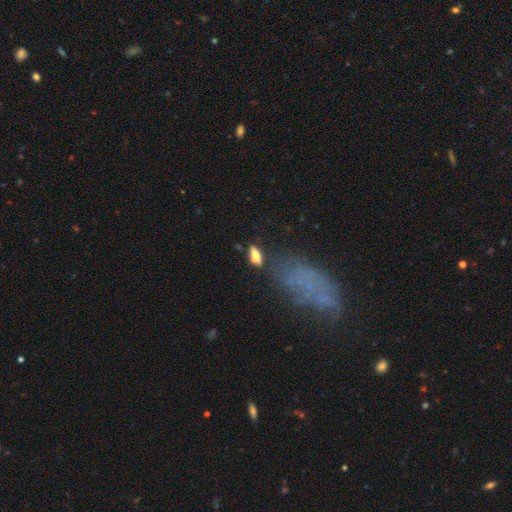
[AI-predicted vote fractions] Smooth or featured? Predicted: smooth (p=0.75). How rounded? Predicted: in between (p=0.78). Merging? Predicted: none (p=0.69).